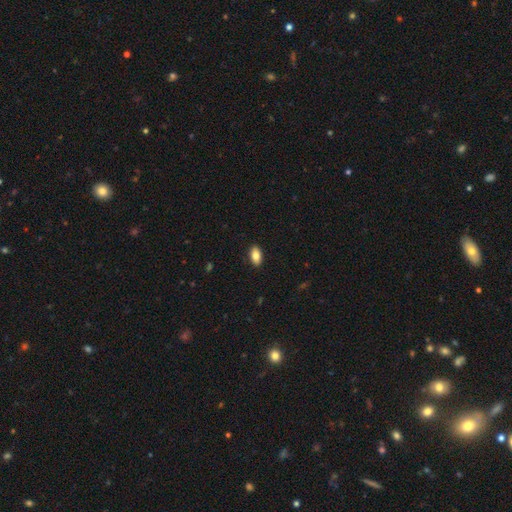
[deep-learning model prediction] A smooth galaxy with no disk features (82%) that is in between round and cigar-shaped (92%). Merging: none (89%).